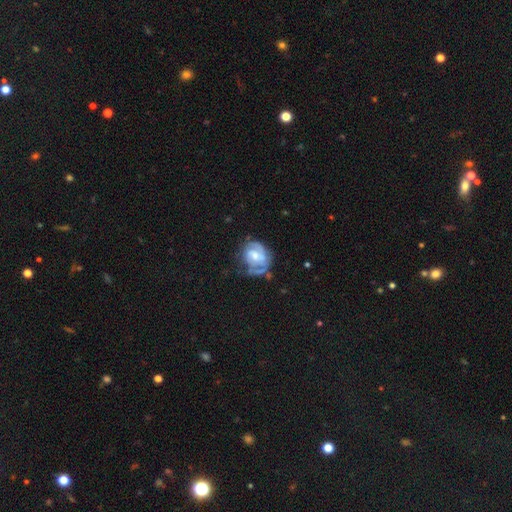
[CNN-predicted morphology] This appears to be a featured or disk galaxy (72%) with no bar (47%), 2 (51%) tight (53%) spiral arms (83%) and a moderate central bulge (50%). Merging: none (47%).